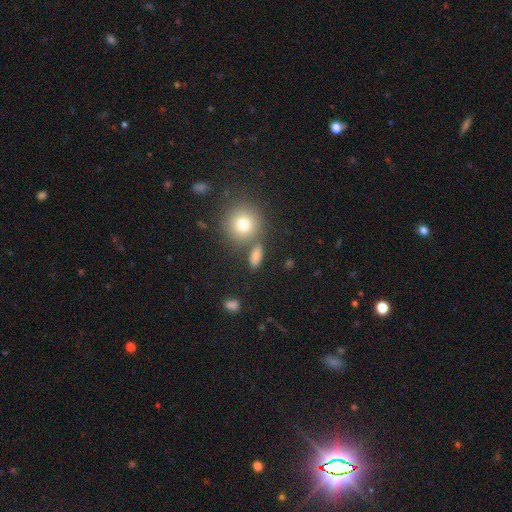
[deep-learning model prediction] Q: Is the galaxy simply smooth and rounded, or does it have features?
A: smooth — 78%.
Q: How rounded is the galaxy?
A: in between — 66%.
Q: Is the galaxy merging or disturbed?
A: none — 71%.